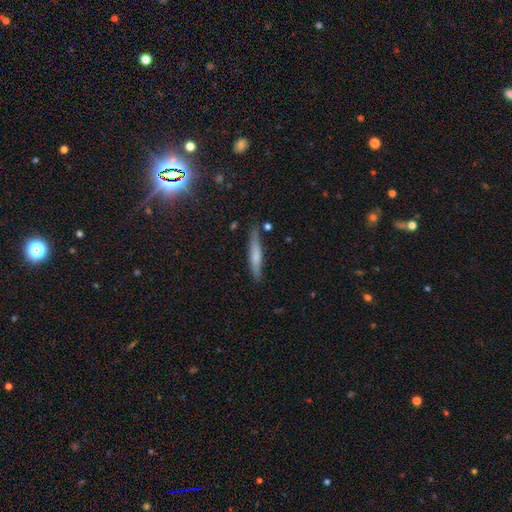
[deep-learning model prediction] The model was most divided on "smooth or featured": smooth: 62%, featured or disk: 31%, star or artifact: 7%. More confident: how rounded — cigar-shaped (91%); merging — none (83%).